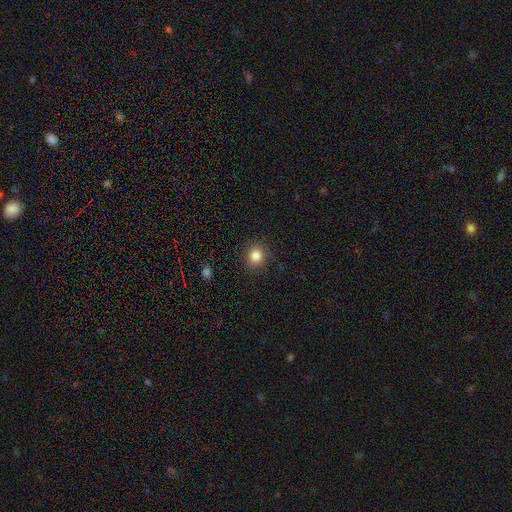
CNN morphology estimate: A smooth galaxy with no disk features (84%) that is round (81%).

Vote fractions:
- Smooth or featured? smooth: 84% / star or artifact: 11% / featured or disk: 5%
- How rounded? round: 81% / in between: 18% / cigar-shaped: 1%
- Merging? none: 89% / minor disturbance: 8% / major disturbance: 3% / merger: 1%